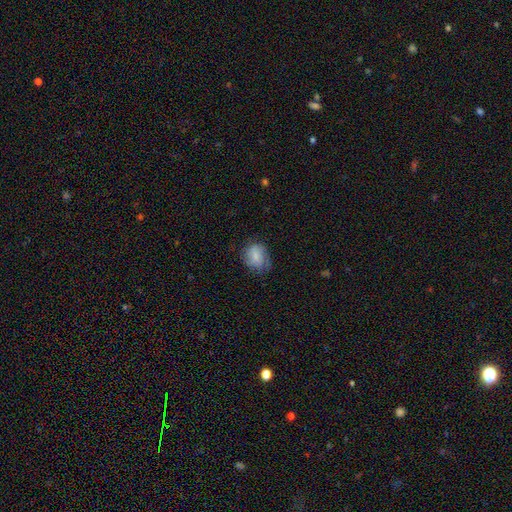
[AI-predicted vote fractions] A smooth galaxy with no disk features (74%) that is round (53%).

Vote fractions:
- Smooth or featured? smooth: 74% / featured or disk: 18% / star or artifact: 8%
- How rounded? round: 53% / in between: 46% / cigar-shaped: 1%
- Merging? none: 59% / minor disturbance: 29% / major disturbance: 11% / merger: 1%